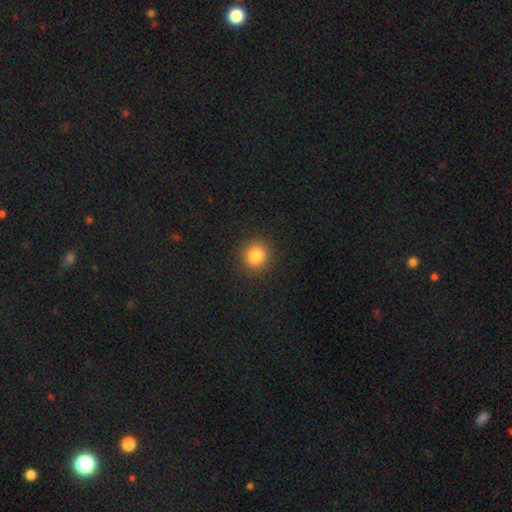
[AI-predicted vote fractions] A smooth galaxy with no disk features (83%) that is round (89%). Merging: none (91%).